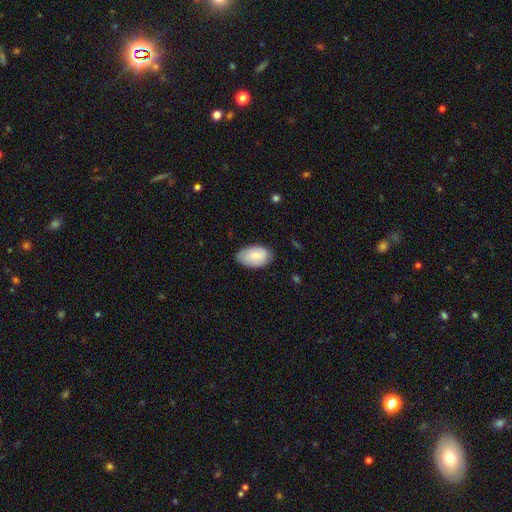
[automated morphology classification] Smooth or featured?
  - smooth: 79% *
  - featured or disk: 15%
  - star or artifact: 6%
How rounded?
  - in between: 93% *
  - round: 6%
  - cigar-shaped: 1%
Merging?
  - none: 74% *
  - minor disturbance: 21%
  - major disturbance: 3%
  - merger: 1%